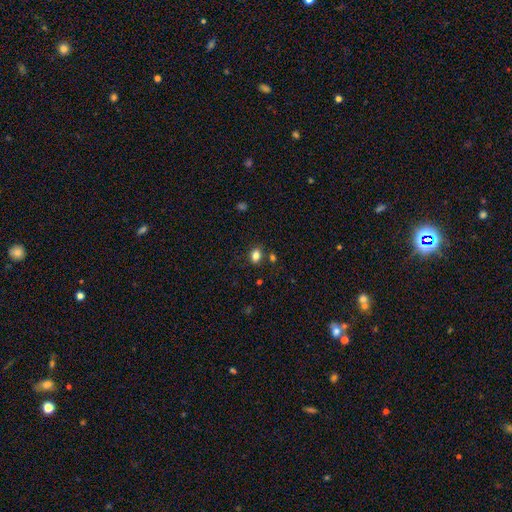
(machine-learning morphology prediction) A smooth galaxy with no disk features (82%) that is in between round and cigar-shaped (65%).

Vote fractions:
- Smooth or featured? smooth: 82% / star or artifact: 12% / featured or disk: 6%
- How rounded? in between: 65% / round: 34% / cigar-shaped: 1%
- Merging? none: 78% / minor disturbance: 12% / merger: 7% / major disturbance: 3%